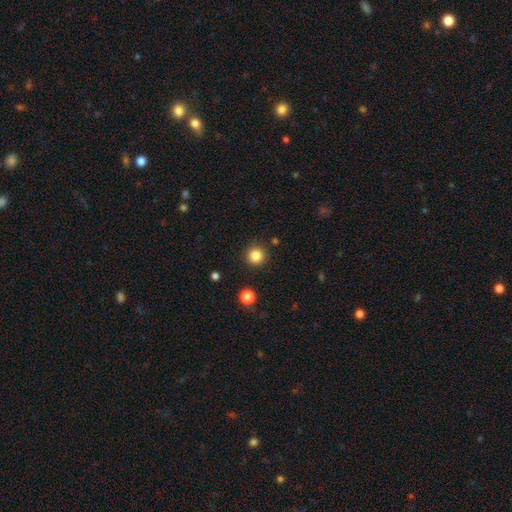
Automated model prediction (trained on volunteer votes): Smooth or featured? smooth (84%)
How rounded? round (95%)
Merging? none (90%)